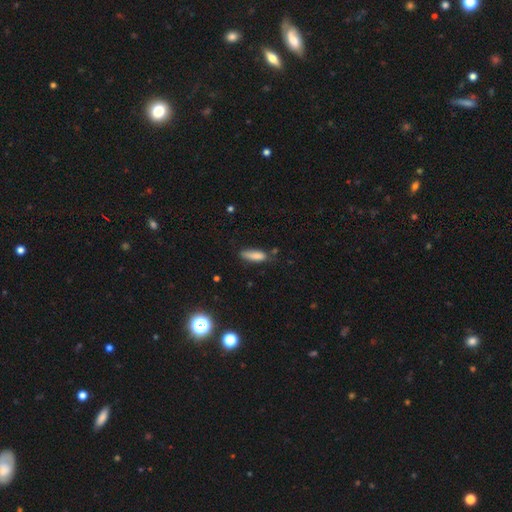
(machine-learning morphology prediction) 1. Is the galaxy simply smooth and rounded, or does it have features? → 83% smooth, 8% featured or disk, 8% star or artifact.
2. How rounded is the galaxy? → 51% cigar-shaped, 47% in between, 2% round.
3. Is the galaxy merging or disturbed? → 62% none, 27% minor disturbance, 6% major disturbance, 4% merger.